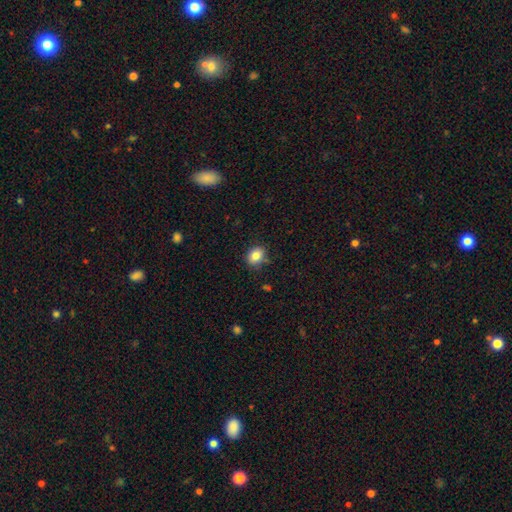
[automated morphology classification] smooth-or-featured: smooth: 83% | star or artifact: 10% | featured or disk: 7%
  how-rounded: round: 51% | in between: 48% | cigar-shaped: 1%
  merging: none: 81% | minor disturbance: 14% | major disturbance: 3% | merger: 2%